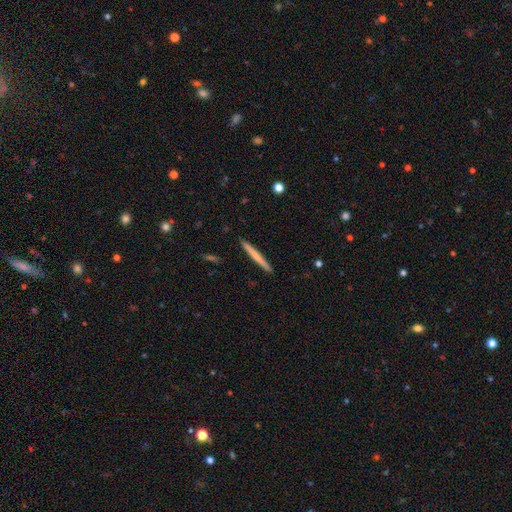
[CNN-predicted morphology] This is likely a smooth galaxy (64%). How rounded: clearly cigar-shaped (97%). Merging: clearly none (92%).